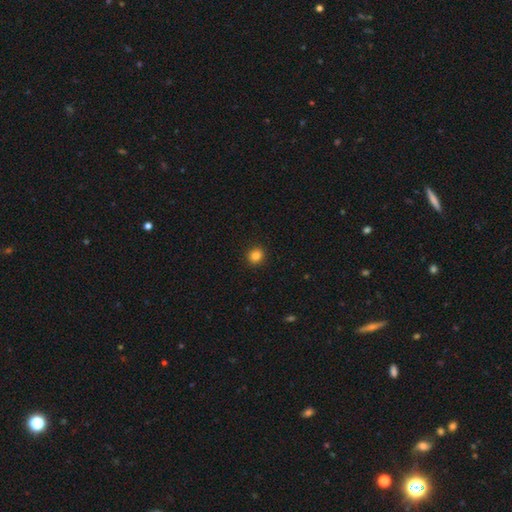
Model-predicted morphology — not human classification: Smooth or featured: smooth — 84% (star or artifact — 12%)
How rounded: round — 83% (in between — 16%)
Merging: none — 92% (minor disturbance — 5%)